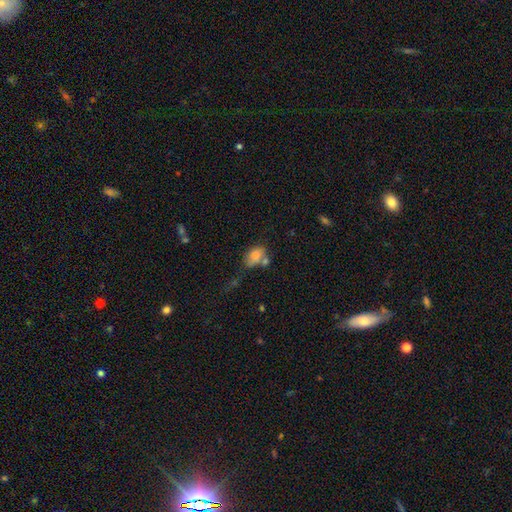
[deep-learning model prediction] A smooth galaxy with no disk features (75%) that is in between round and cigar-shaped (75%). Merging: none (40%).